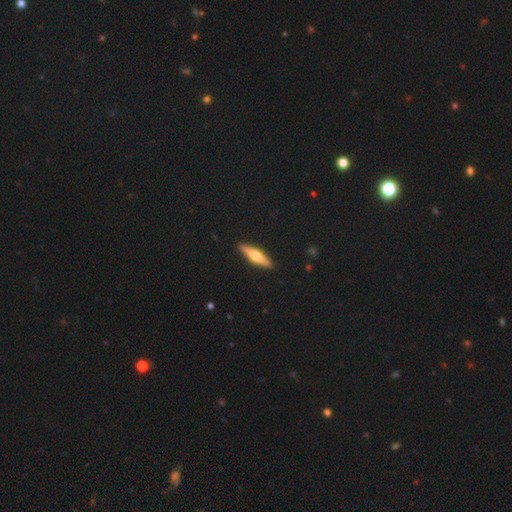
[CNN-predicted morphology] The model was most divided on "smooth or featured": featured or disk: 57%, smooth: 38%, star or artifact: 5%. More confident: edge-on disk — yes (95%); edge-on bulge — rounded (94%); merging — none (92%).